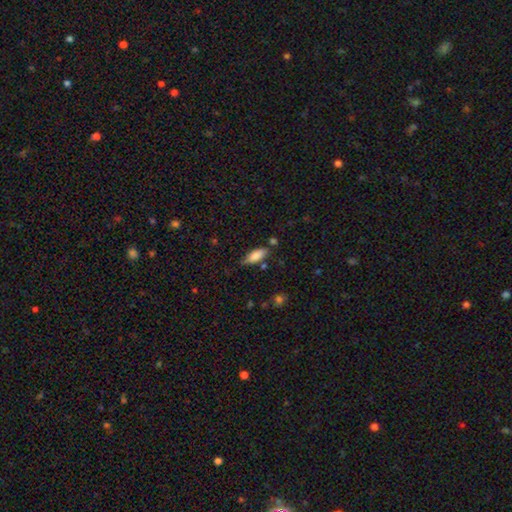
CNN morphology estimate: Overall: smooth (84%). How rounded: in between (74%). Merging: none (68%).